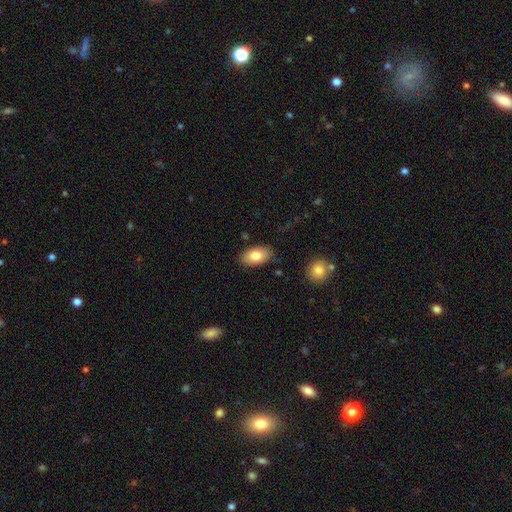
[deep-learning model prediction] Smooth or featured?
  - smooth: 79% *
  - featured or disk: 14%
  - star or artifact: 7%
How rounded?
  - in between: 94% *
  - round: 5%
  - cigar-shaped: 2%
Merging?
  - none: 84% *
  - minor disturbance: 11%
  - major disturbance: 2%
  - merger: 2%